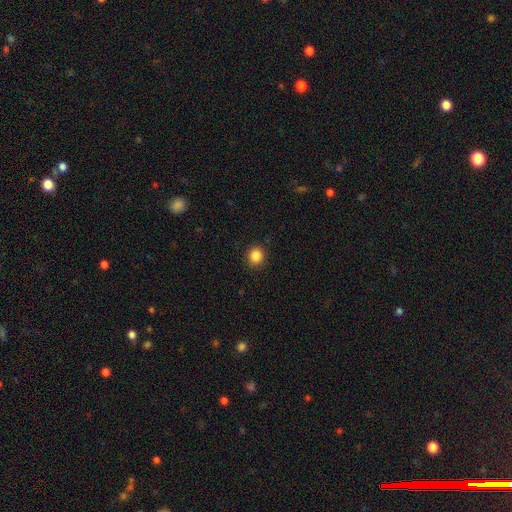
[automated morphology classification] A smooth galaxy with no disk features (87%) that is round (85%).

Vote fractions:
- Smooth or featured? smooth: 87% / star or artifact: 10% / featured or disk: 3%
- How rounded? round: 85% / in between: 14% / cigar-shaped: 1%
- Merging? none: 91% / minor disturbance: 6% / major disturbance: 2% / merger: 1%